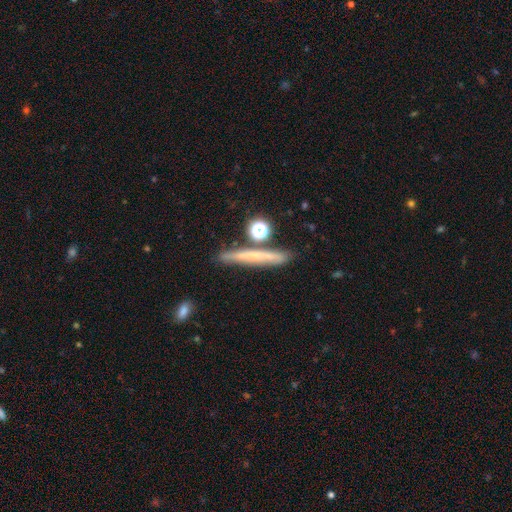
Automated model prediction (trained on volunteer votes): This appears to be a smooth galaxy with no disk features (49%). Merging: none (77%).